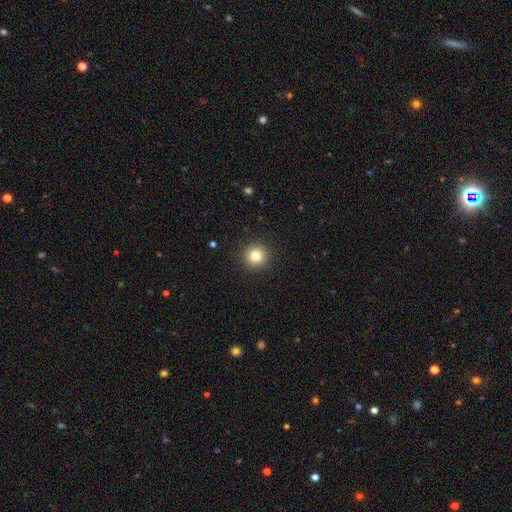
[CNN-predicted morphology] smooth_or_featured: smooth (p=0.81) [alt: star or artifact p=0.11]
how_rounded: round (p=0.95) [alt: in between p=0.04]
merging: none (p=0.92) [alt: minor disturbance p=0.05]